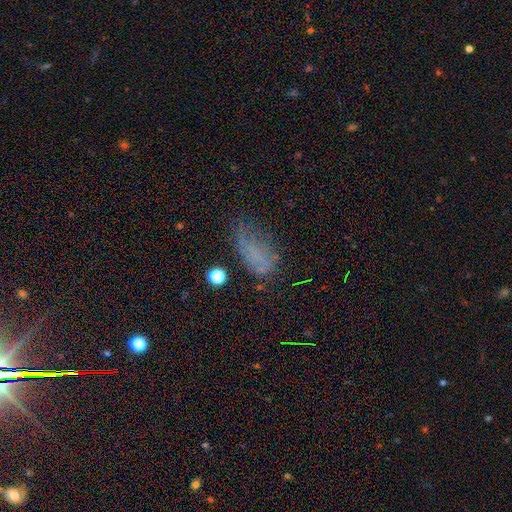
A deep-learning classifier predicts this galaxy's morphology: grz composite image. It shows a smooth galaxy with no disk features (53%) that is in between round and cigar-shaped (87%). Merging: none (37%).